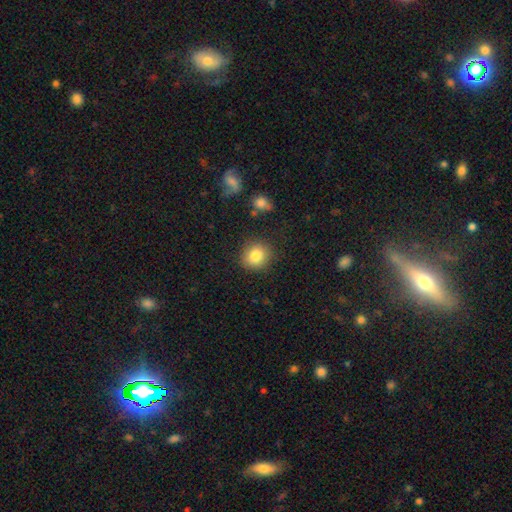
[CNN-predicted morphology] This is clearly a smooth galaxy (83%). How rounded: clearly round (84%). Merging: clearly none (86%).